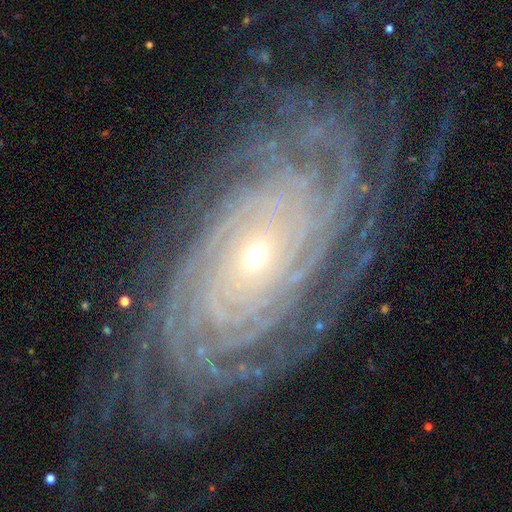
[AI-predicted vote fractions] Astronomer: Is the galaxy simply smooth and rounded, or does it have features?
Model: featured or disk — 91%.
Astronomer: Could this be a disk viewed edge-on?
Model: no — 96%.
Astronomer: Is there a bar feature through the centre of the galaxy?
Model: no — 73%.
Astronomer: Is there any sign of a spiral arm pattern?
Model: yes — 98%.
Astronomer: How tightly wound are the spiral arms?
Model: tight — 88%.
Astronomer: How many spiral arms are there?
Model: more than 4 — 38% (runner-up: can't tell, 19%).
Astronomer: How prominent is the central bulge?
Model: small — 73%.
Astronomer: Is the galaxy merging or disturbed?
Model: none — 78%.